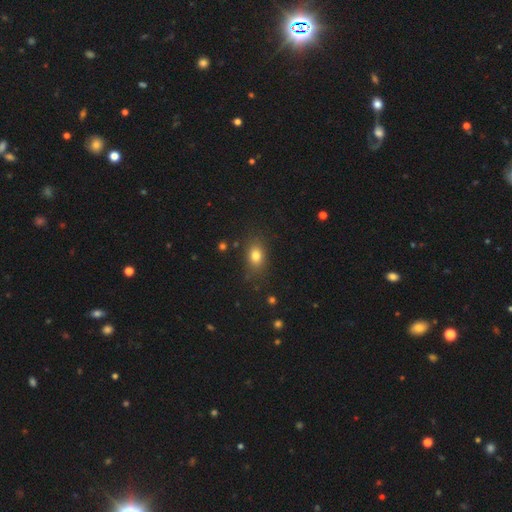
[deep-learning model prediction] Smooth or featured: smooth — 79% (star or artifact — 12%)
How rounded: in between — 74% (round — 23%)
Merging: none — 78% (minor disturbance — 15%)